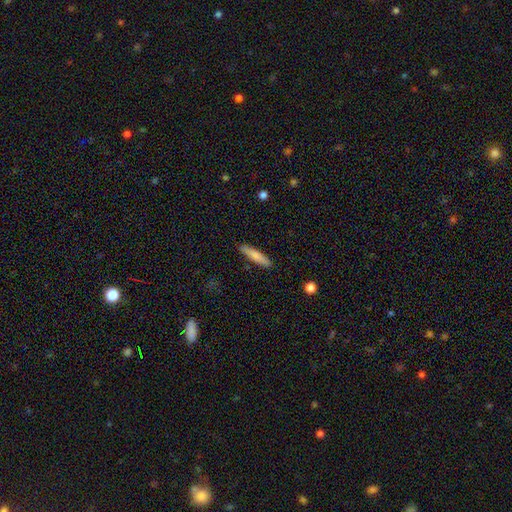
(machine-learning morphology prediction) A smooth galaxy with no disk features (76%) that is cigar-shaped (87%). Merging: none (89%).